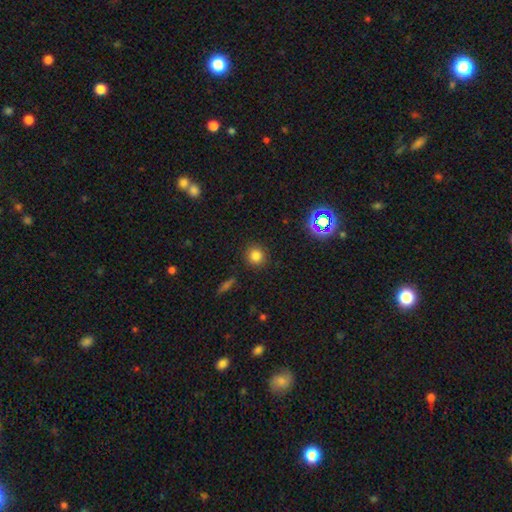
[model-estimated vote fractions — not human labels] smooth_or_featured: smooth (p=0.79) [alt: star or artifact p=0.15]
how_rounded: round (p=0.91) [alt: in between p=0.08]
merging: none (p=0.90) [alt: minor disturbance p=0.07]